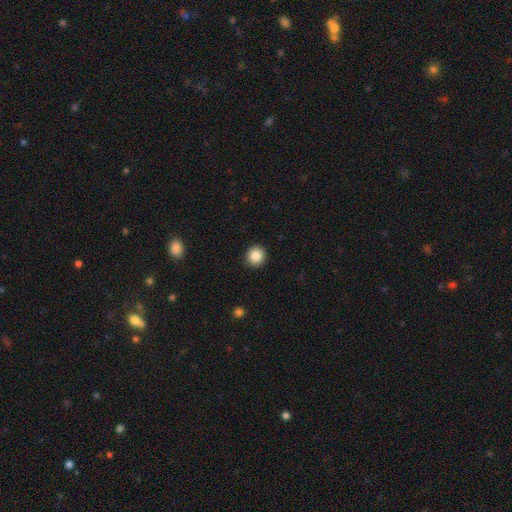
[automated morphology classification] Smooth or featured? Predicted: smooth (p=0.86). How rounded? Predicted: round (p=0.93). Merging? Predicted: none (p=0.93).